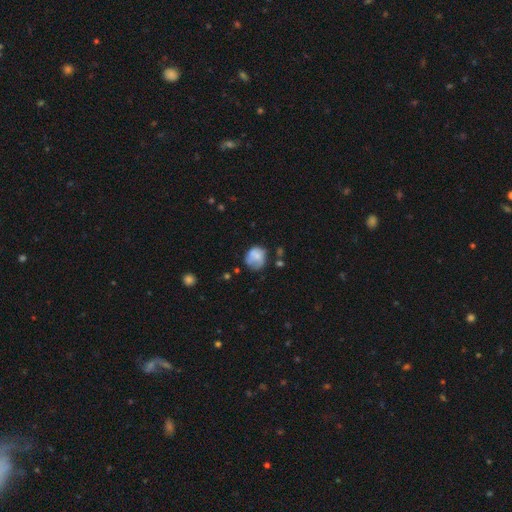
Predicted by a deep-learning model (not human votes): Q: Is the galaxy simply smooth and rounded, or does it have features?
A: smooth — 65%.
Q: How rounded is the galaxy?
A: round — 72%.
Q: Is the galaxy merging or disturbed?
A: none — 46%.